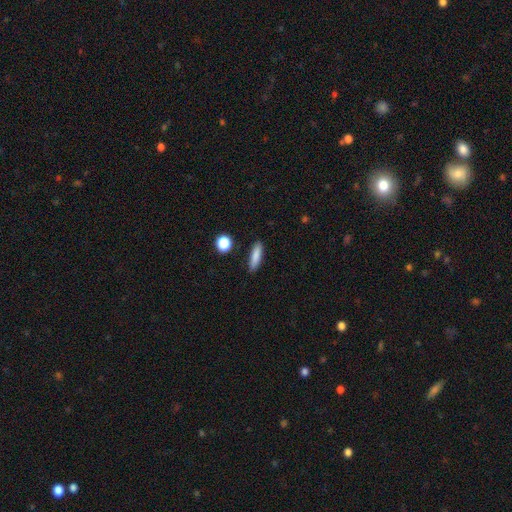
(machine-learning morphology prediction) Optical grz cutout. It shows a smooth galaxy with no disk features (84%) that is cigar-shaped (69%). Merging: none (86%).